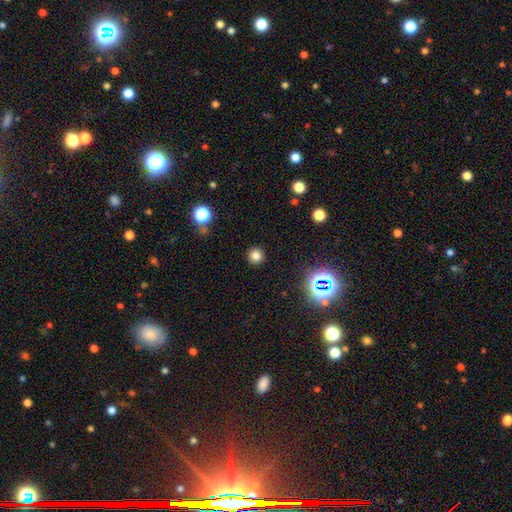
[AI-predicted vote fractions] Morphology: type=smooth (78%); roundness=round (94%); merging=none (92%).